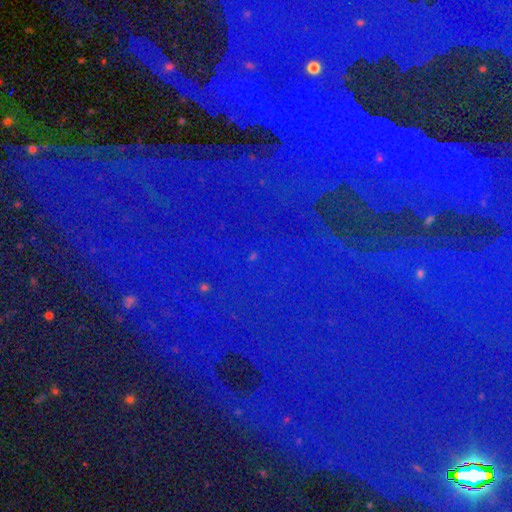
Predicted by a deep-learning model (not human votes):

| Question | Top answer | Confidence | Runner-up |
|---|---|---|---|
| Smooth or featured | star or artifact | 86% | featured or disk (8%) |